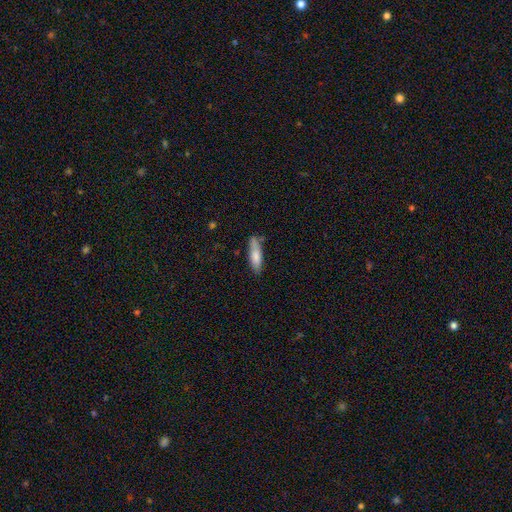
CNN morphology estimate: The model was most divided on "how rounded": cigar-shaped: 61%, in between: 37%, round: 2%. More confident: smooth or featured — smooth (78%); merging — none (70%).